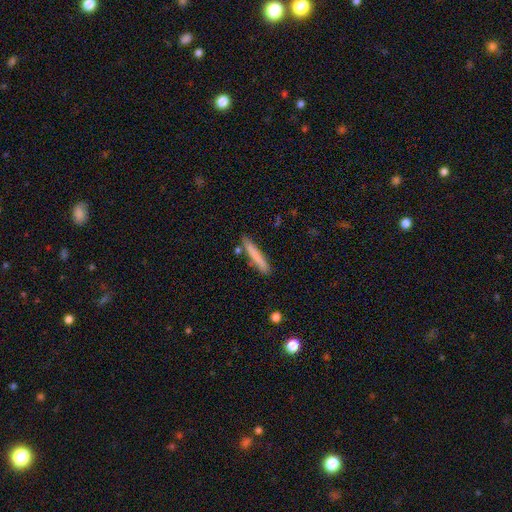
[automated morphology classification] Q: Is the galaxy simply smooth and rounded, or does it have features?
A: smooth — 76%.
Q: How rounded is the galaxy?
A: cigar-shaped — 95%.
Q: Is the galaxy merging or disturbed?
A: none — 84%.